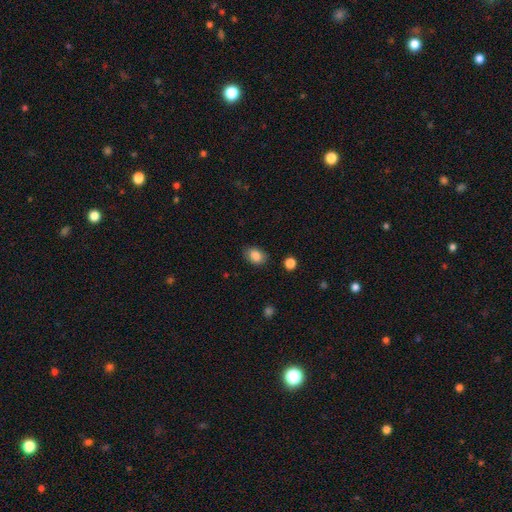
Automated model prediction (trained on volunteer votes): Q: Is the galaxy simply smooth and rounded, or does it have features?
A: smooth — 84%.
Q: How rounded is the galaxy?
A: in between — 75%.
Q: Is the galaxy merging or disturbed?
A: none — 82%.